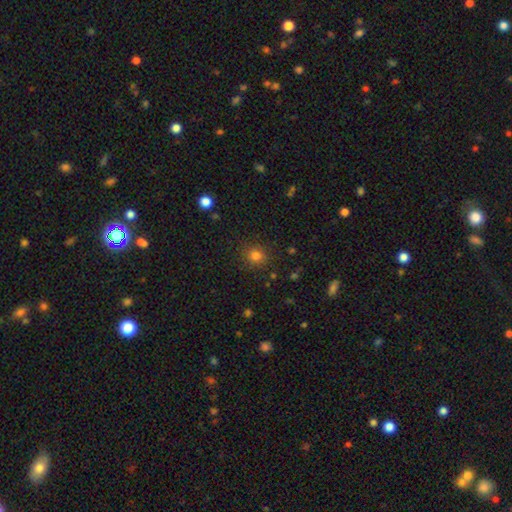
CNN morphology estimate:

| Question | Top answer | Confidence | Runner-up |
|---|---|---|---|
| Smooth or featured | smooth | 80% | star or artifact (14%) |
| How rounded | round | 83% | in between (16%) |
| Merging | none | 87% | minor disturbance (9%) |